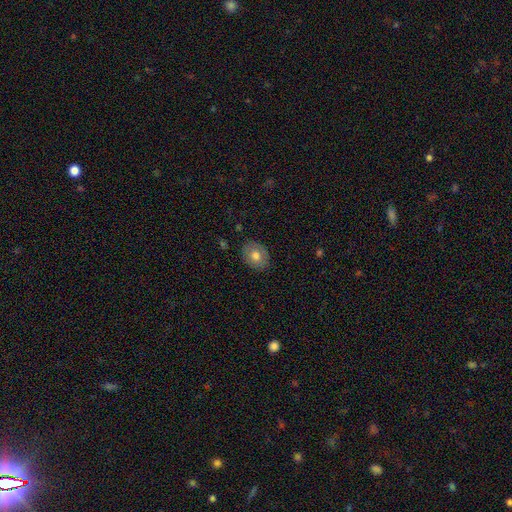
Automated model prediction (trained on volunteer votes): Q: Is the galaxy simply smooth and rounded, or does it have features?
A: smooth — 73%.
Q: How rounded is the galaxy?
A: in between — 59%.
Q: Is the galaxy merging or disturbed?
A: none — 85%.